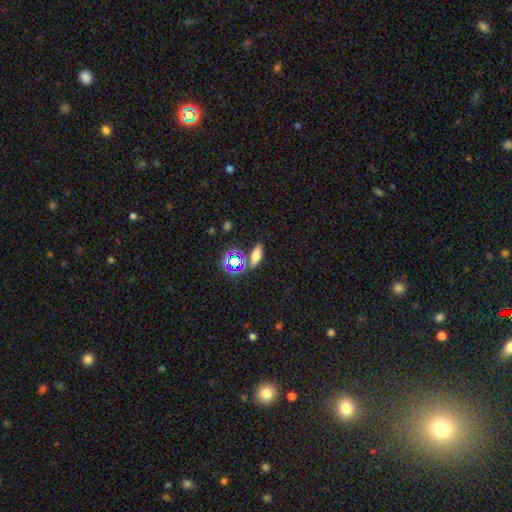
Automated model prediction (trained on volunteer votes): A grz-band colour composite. It shows a smooth galaxy with no disk features (61%) that is in between round and cigar-shaped (63%). Merging: none (71%).